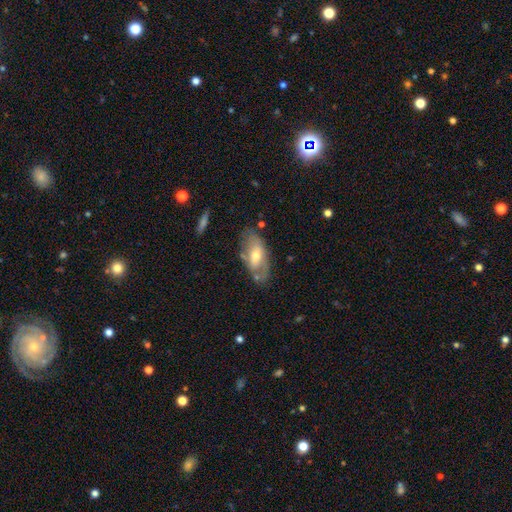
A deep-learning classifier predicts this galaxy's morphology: smooth_or_featured: featured or disk (p=0.48) [alt: smooth p=0.45]
merging: none (p=0.65) [alt: minor disturbance p=0.22]